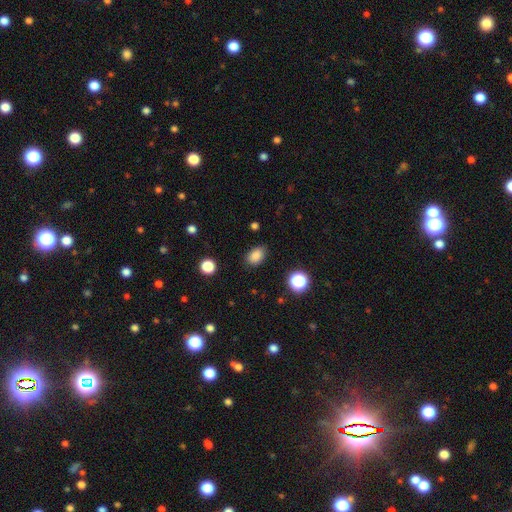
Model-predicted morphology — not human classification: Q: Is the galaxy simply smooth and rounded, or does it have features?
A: smooth — 84%.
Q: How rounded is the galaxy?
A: in between — 78%.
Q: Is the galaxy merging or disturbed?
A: none — 83%.